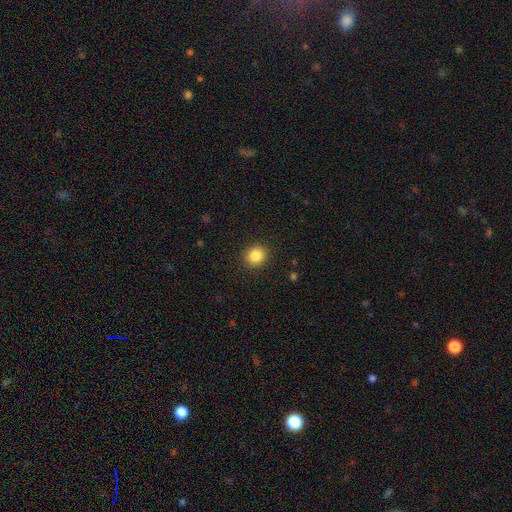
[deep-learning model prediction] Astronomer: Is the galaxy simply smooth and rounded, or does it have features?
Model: smooth — 85%.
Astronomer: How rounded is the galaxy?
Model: round — 83%.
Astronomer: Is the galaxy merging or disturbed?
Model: none — 91%.